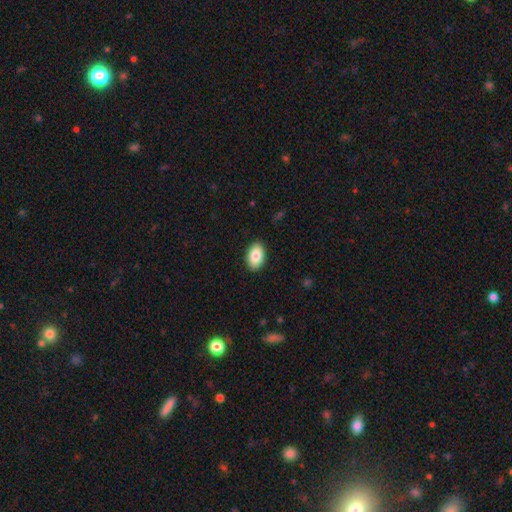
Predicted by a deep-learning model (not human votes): Morphology: type=smooth (86%); roundness=in between (92%); merging=none (90%).